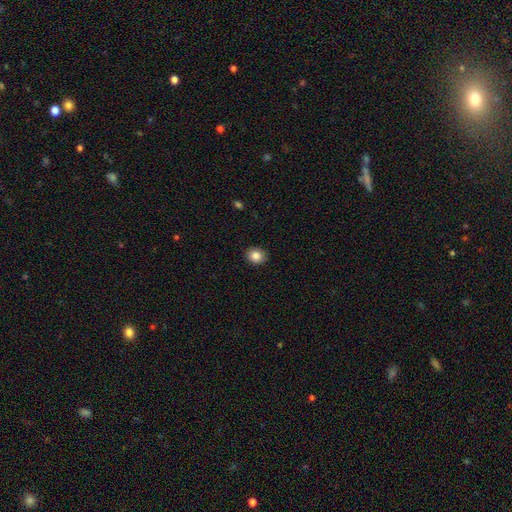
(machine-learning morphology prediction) Q: Smooth or featured?
A: smooth (85%); runner-up: star or artifact (9%)
Q: How rounded?
A: round (65%); runner-up: in between (34%)
Q: Merging?
A: none (90%); runner-up: minor disturbance (7%)